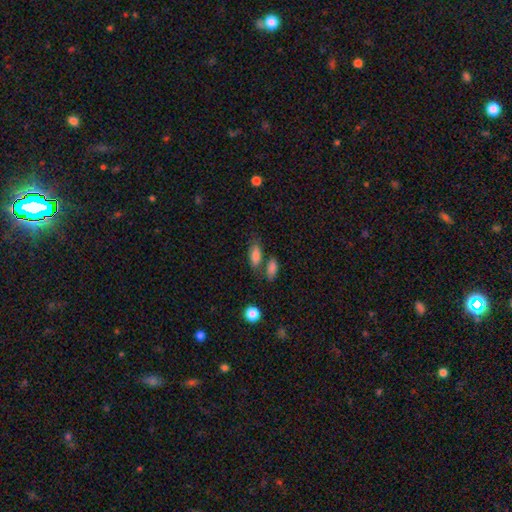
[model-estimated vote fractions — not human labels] Overall: smooth (79%). How rounded: in between (80%). Merging: none (60%).